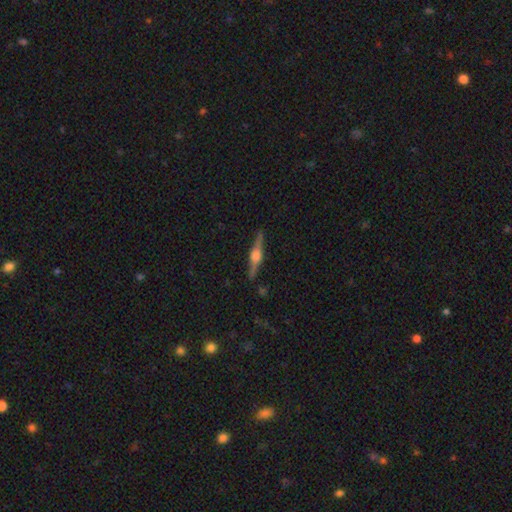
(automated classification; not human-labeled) A featured or disk galaxy (83%) viewed edge-on (98%) with a rounded central bulge (91%). Merging: none (91%).